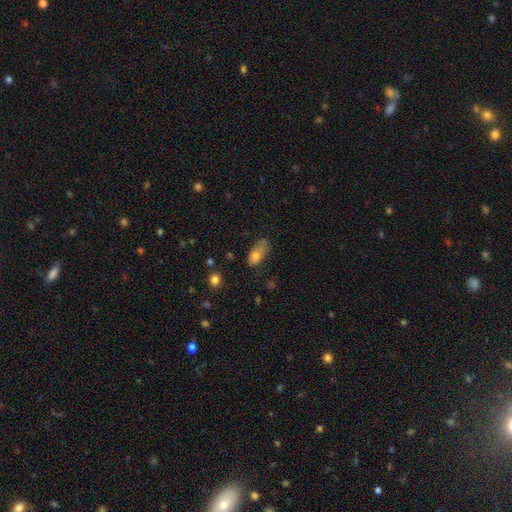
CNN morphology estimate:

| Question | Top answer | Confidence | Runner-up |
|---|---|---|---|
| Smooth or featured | smooth | 72% | featured or disk (19%) |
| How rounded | in between | 87% | cigar-shaped (7%) |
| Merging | minor disturbance | 37% | tied: none (37%) |